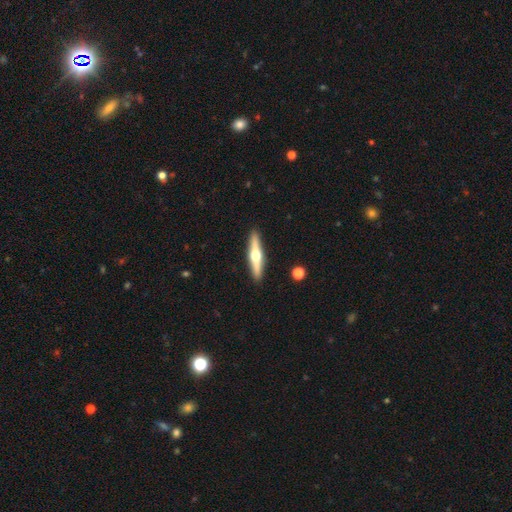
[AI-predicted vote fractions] featured or disk 66%, smooth 29%, star or artifact 5%. Down the decision tree: edge-on disk — yes (97%); edge-on bulge — rounded (95%); merging — none (91%).